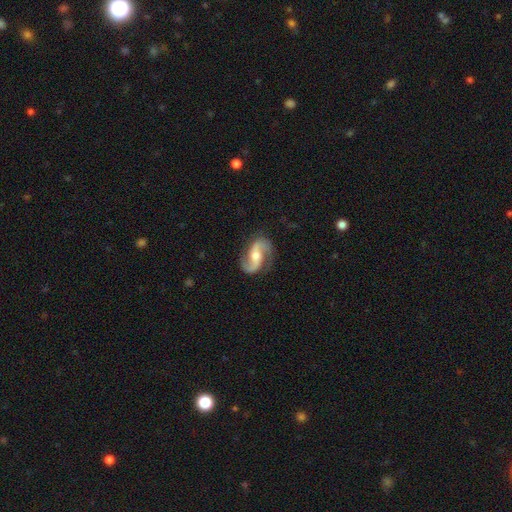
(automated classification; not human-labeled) smooth-or-featured: featured or disk: 90% | smooth: 6% | star or artifact: 5%
  disk-edge-on: no: 98% | yes: 2%
    bar: weak: 41% | no: 38% | strong: 20%
    has-spiral-arms: yes: 98% | no: 2%
      spiral-winding: medium: 46% | loose: 43% | tight: 11%
      spiral-arm-count: 2: 94% | can't tell: 2% | 1: 2% | 3: 1% | 4: 1% | more than 4: 1%
    bulge-size: moderate: 61% | small: 24% | large: 10% | none: 4% | dominant: 1%
  merging: none: 81% | minor disturbance: 13% | major disturbance: 5% | merger: 1%